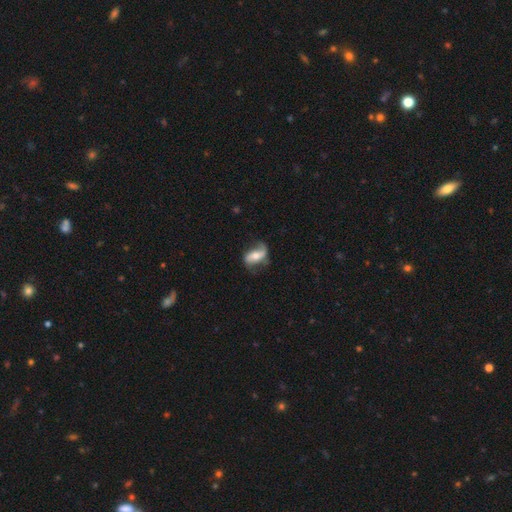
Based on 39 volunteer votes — Volunteers were most divided on "bulge size": moderate: 50%, small: 45%, large: 5%, dominant: 0%, none: 0%. Remaining: edge-on disk — no (91%); spiral arms — yes (85%); spiral arm count — 2 (76%); spiral winding — loose (65%); smooth or featured — featured or disk (56%); merging — none (49%); bar — strong (40%).